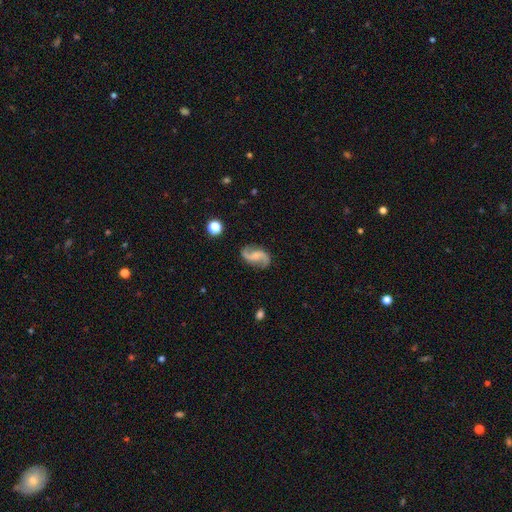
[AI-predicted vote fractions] Smooth or featured? featured or disk (86%)
Edge-on disk? no (98%)
Bar? no (49%)
Spiral arms? yes (97%)
Spiral winding? loose (68%)
Spiral arm count? 2 (94%)
Bulge size? small (45%)
Merging? none (82%)